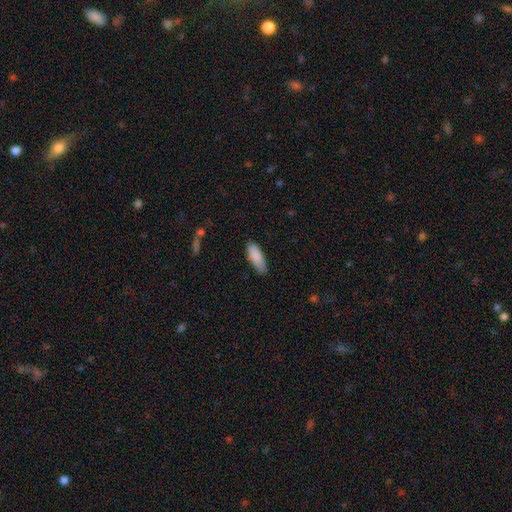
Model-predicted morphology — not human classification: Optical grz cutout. It shows a smooth galaxy with no disk features (88%) that is in between round and cigar-shaped (68%). Merging: none (80%).